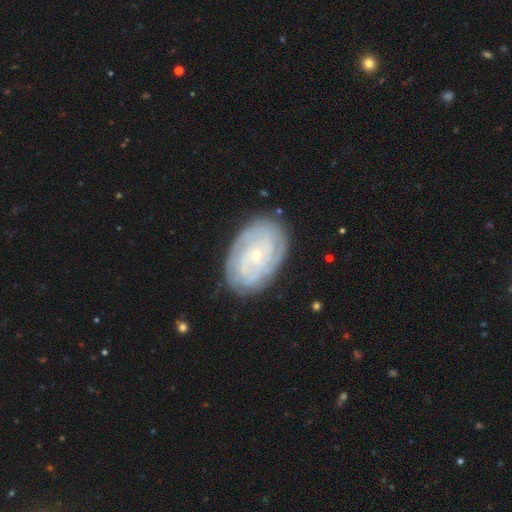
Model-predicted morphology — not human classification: A featured or disk galaxy (80%) with no bar (78%), tight (80%) spiral arms (94%) and a small central bulge (83%). Merging: none (82%).